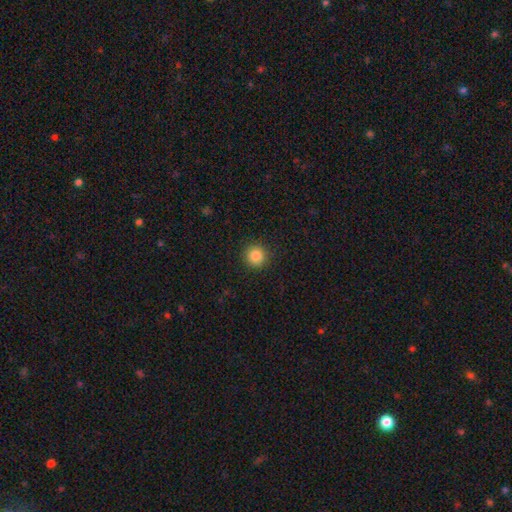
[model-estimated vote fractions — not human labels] A smooth galaxy with no disk features (86%) that is round (95%).

Vote fractions:
- Smooth or featured? smooth: 86% / star or artifact: 11% / featured or disk: 4%
- How rounded? round: 95% / in between: 4% / cigar-shaped: 1%
- Merging? none: 92% / minor disturbance: 5% / major disturbance: 2% / merger: 1%